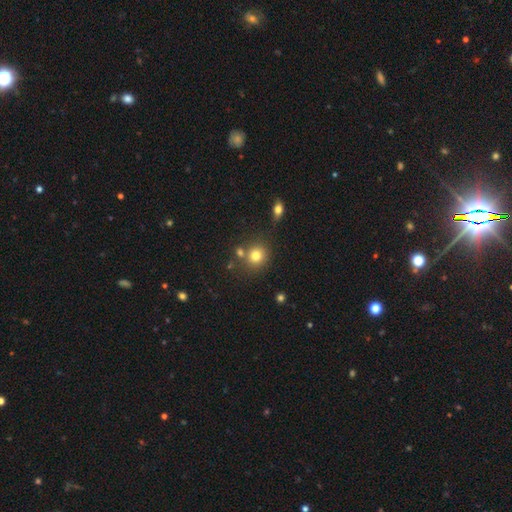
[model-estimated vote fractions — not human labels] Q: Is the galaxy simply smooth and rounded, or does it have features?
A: smooth — 78%.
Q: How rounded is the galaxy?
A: round — 85%.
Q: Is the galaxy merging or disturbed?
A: none — 70%.